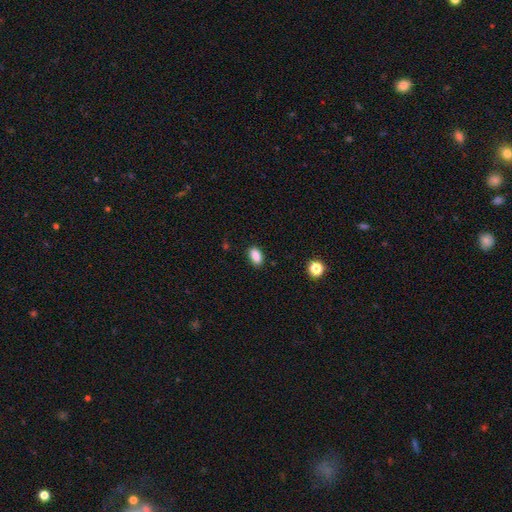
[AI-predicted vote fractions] Morphology: type=smooth (88%); roundness=in between (90%); merging=none (87%).